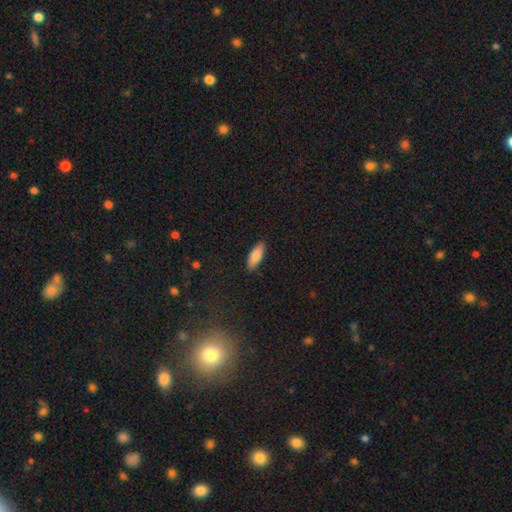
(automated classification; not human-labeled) A smooth galaxy with no disk features (83%) that is in between round and cigar-shaped (62%).

Vote fractions:
- Smooth or featured? smooth: 83% / featured or disk: 11% / star or artifact: 6%
- How rounded? in between: 62% / cigar-shaped: 36% / round: 2%
- Merging? none: 89% / minor disturbance: 8% / major disturbance: 2% / merger: 1%